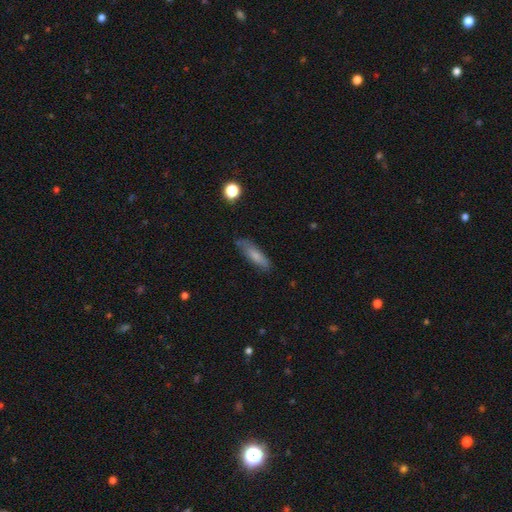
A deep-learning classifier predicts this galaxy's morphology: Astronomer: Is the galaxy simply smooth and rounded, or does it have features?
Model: smooth — 74%.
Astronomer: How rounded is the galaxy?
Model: cigar-shaped — 61% (runner-up: in between, 37%).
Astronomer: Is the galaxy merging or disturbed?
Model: none — 73%.